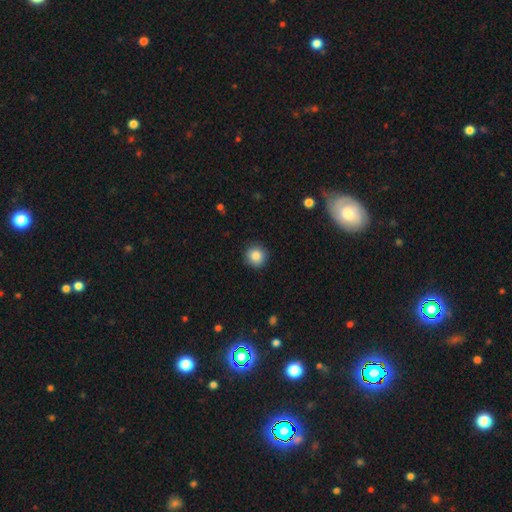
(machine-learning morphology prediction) Overall: smooth (86%). How rounded: round (94%). Merging: none (90%).